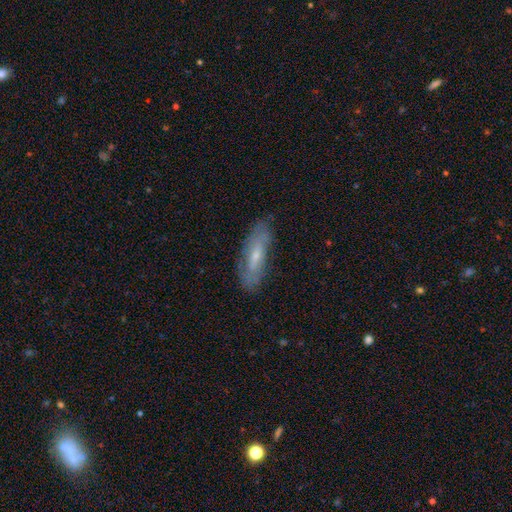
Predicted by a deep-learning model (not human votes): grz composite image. It shows a featured or disk galaxy (52%). Merging: none (77%).